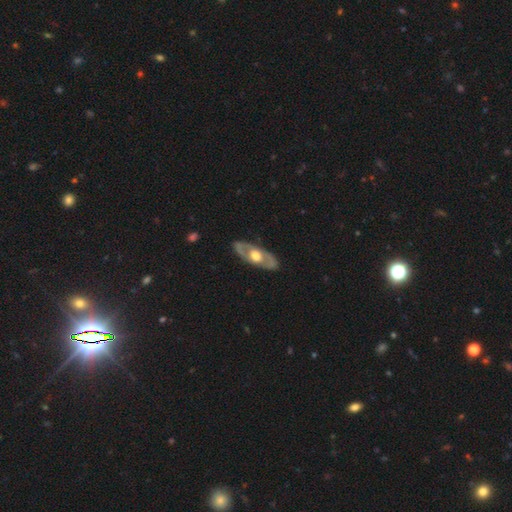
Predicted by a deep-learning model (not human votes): featured or disk 68%, smooth 28%, star or artifact 4%. Down the decision tree: edge-on disk — no (75%); bar — no (83%); spiral arms — no (70%); bulge size — moderate (58%); merging — none (85%).